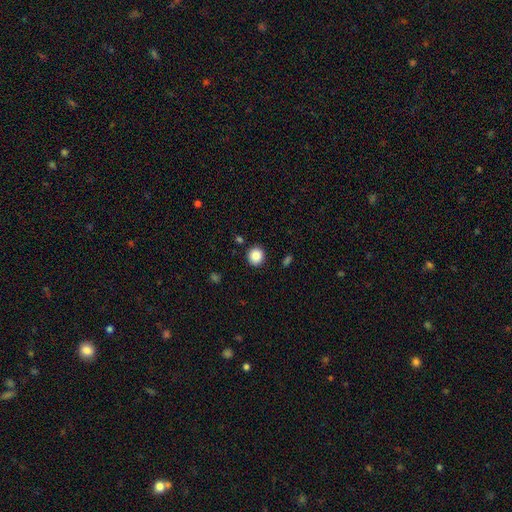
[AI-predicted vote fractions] Overall: smooth (88%). How rounded: round (87%). Merging: none (90%).